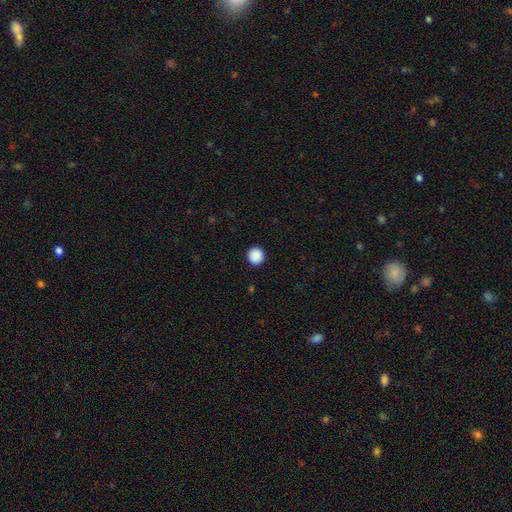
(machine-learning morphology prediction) A smooth galaxy with no disk features (90%) that is round (90%).

Vote fractions:
- Smooth or featured? smooth: 90% / star or artifact: 8% / featured or disk: 2%
- How rounded? round: 90% / in between: 9% / cigar-shaped: 1%
- Merging? none: 93% / minor disturbance: 5% / major disturbance: 2% / merger: 1%